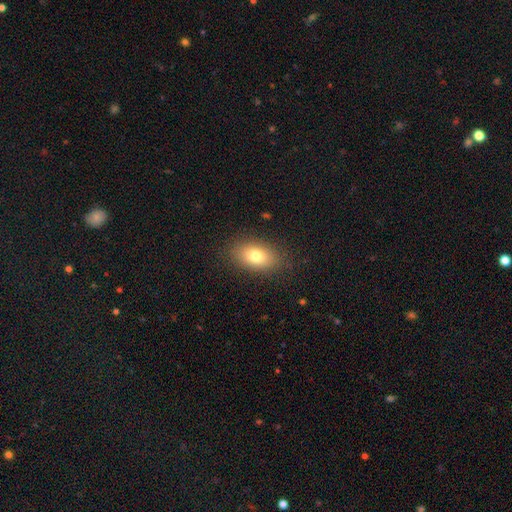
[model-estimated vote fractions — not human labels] Q: Smooth or featured?
A: smooth (77%); runner-up: featured or disk (14%)
Q: How rounded?
A: in between (87%); runner-up: round (11%)
Q: Merging?
A: none (85%); runner-up: minor disturbance (11%)